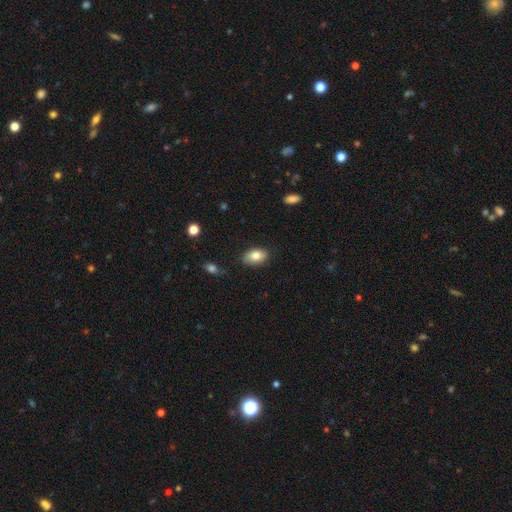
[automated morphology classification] A smooth galaxy with no disk features (82%) that is in between round and cigar-shaped (90%).

Vote fractions:
- Smooth or featured? smooth: 82% / featured or disk: 10% / star or artifact: 7%
- How rounded? in between: 90% / round: 9% / cigar-shaped: 2%
- Merging? none: 83% / minor disturbance: 14% / major disturbance: 3% / merger: 1%